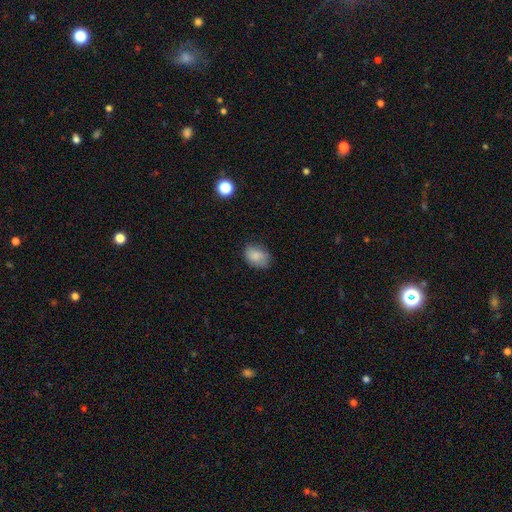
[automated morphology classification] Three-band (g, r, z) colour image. It shows a smooth galaxy with no disk features (83%) that is in between round and cigar-shaped (74%). Merging: none (73%).